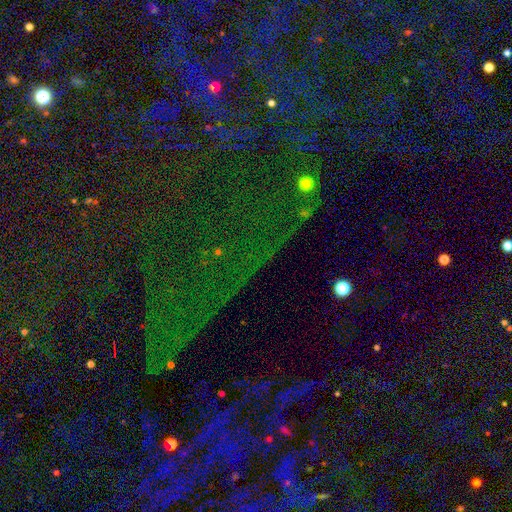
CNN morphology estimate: Smooth or featured?
  - star or artifact: 80% *
  - smooth: 12%
  - featured or disk: 9%